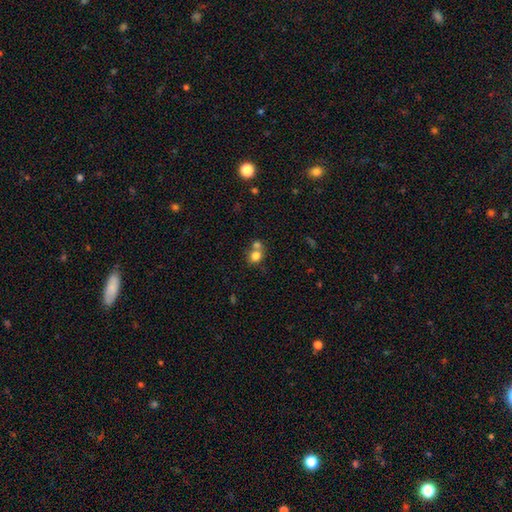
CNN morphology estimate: Overall: smooth (77%). How rounded: round (77%). Merging: merger (50%; none 39%).